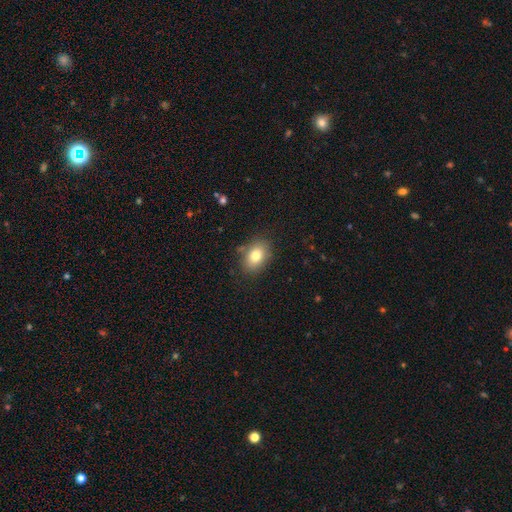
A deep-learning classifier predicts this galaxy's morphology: Smooth or featured: smooth — 79% (featured or disk — 11%)
How rounded: in between — 77% (round — 21%)
Merging: none — 83% (minor disturbance — 12%)